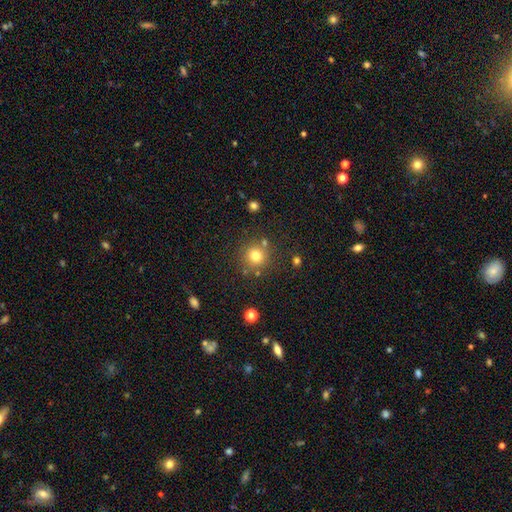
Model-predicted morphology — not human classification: This appears to be a smooth galaxy with no disk features (77%) that is round (94%). Merging: none (80%).